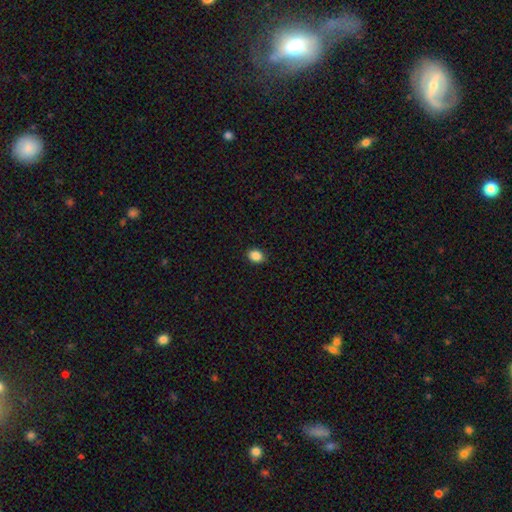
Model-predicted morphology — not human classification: Smooth or featured? smooth (87%)
How rounded? in between (64%)
Merging? none (89%)